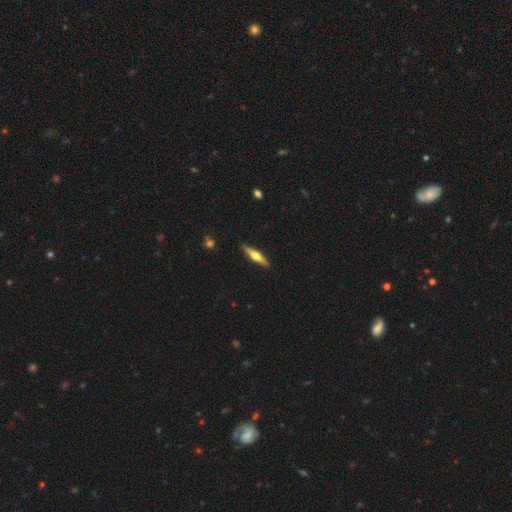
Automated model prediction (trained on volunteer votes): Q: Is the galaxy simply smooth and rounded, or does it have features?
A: featured or disk — 59%.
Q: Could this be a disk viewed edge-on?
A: yes — 96%.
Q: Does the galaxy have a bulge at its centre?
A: rounded — 92%.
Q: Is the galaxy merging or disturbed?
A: none — 90%.